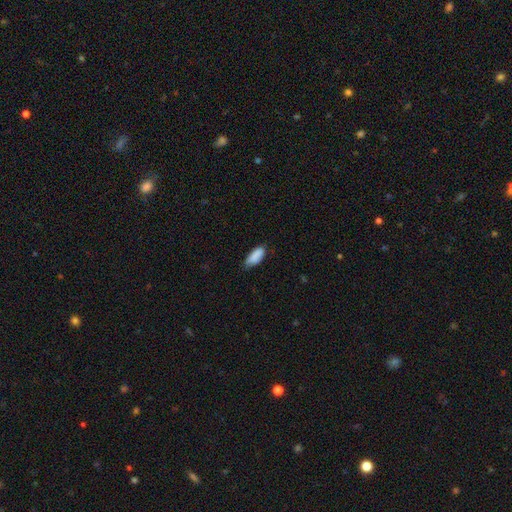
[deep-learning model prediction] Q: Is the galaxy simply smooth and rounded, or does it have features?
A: smooth — 88%.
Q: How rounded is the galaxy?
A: in between — 83%.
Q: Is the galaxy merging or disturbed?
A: none — 65%.